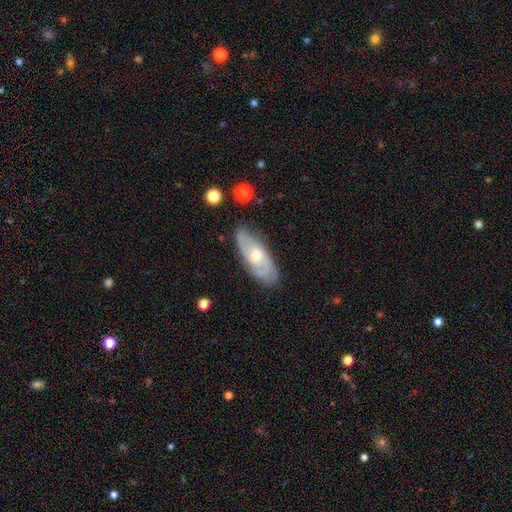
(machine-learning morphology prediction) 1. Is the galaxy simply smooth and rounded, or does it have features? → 71% featured or disk, 23% smooth, 6% star or artifact.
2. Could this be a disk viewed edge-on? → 85% no, 15% yes.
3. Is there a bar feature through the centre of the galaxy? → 68% no, 28% weak, 5% strong.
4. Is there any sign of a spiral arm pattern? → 88% yes, 12% no.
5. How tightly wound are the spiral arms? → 43% tight, 41% medium, 16% loose.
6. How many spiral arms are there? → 46% 2, 31% can't tell, 13% 3, 4% 4, 3% 1, 3% more than 4.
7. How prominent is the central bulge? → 55% moderate, 40% small, 2% large, 1% none, 1% dominant.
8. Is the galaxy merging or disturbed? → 80% none, 15% minor disturbance, 3% major disturbance, 2% merger.